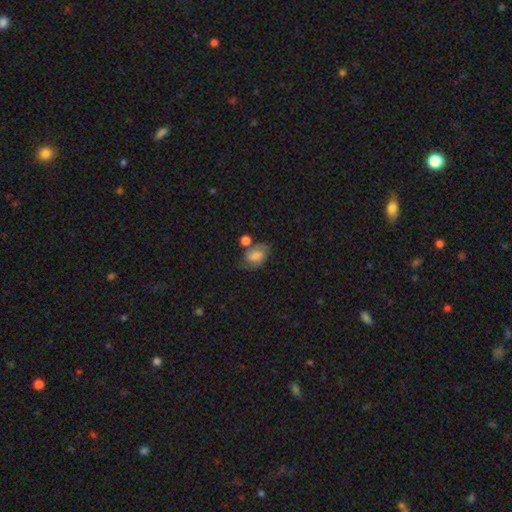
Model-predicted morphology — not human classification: type=smooth (56%); roundness=in between (71%); merging=none (52%).